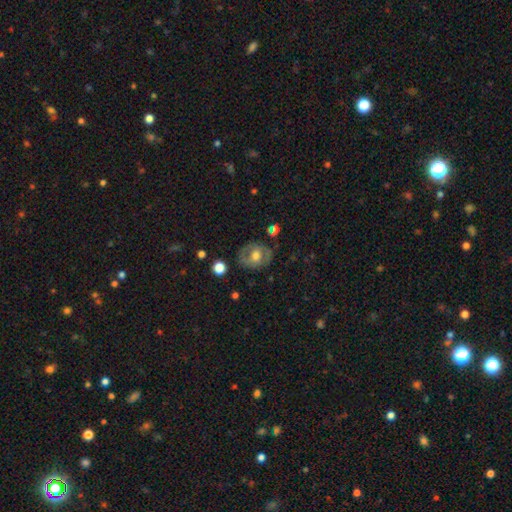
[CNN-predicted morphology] Q: Smooth or featured?
A: featured or disk (51%); runner-up: smooth (41%)
Q: Edge-on disk?
A: no (94%); runner-up: yes (6%)
Q: Merging?
A: none (75%); runner-up: minor disturbance (16%)